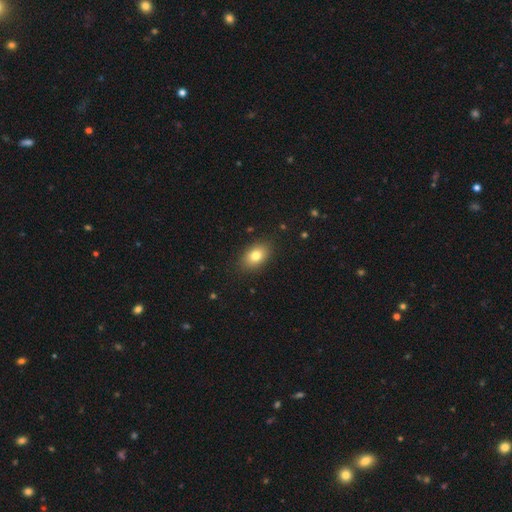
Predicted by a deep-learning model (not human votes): A smooth galaxy with no disk features (80%) that is in between round and cigar-shaped (84%). Merging: none (87%).